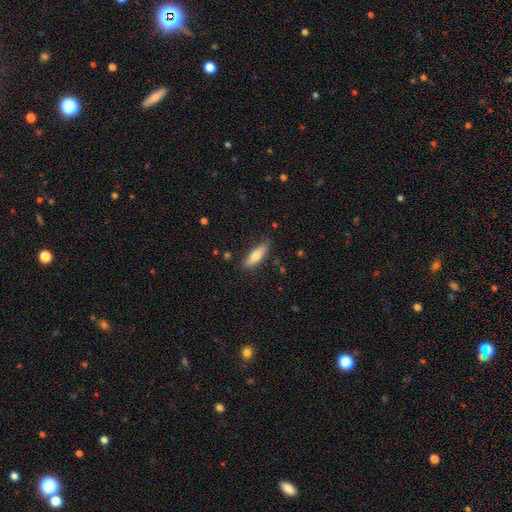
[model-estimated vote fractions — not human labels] Overall: smooth (75%). How rounded: in between (55%; cigar-shaped 43%). Merging: none (79%).